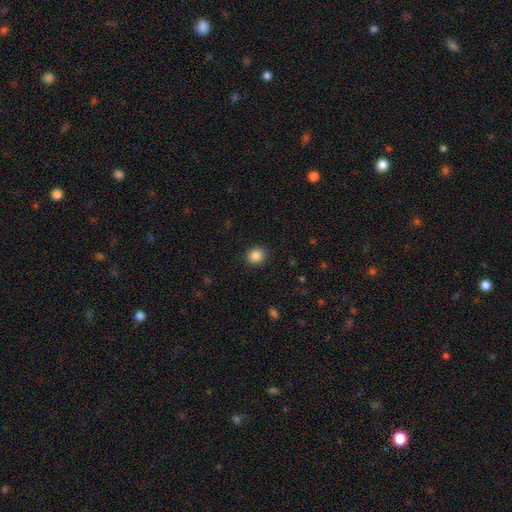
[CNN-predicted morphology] This is clearly a smooth galaxy (87%). How rounded: likely round (70%). Merging: clearly none (90%).